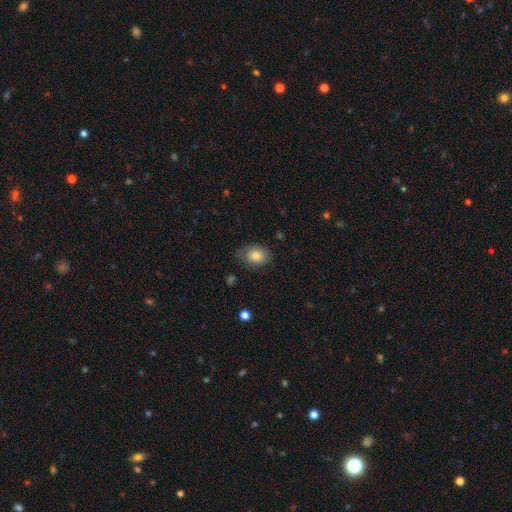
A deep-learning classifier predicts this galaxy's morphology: This is clearly a smooth galaxy (83%). How rounded: likely in between (67%). Merging: likely none (71%).